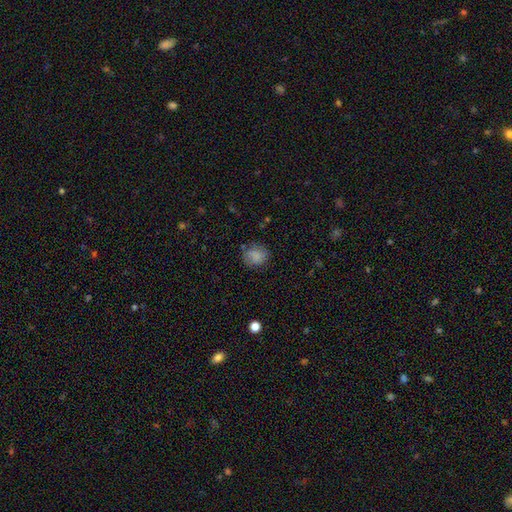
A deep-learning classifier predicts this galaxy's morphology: smooth_or_featured: smooth (p=0.78) [alt: featured or disk p=0.11]
how_rounded: round (p=0.63) [alt: in between p=0.36]
merging: none (p=0.70) [alt: minor disturbance p=0.20]